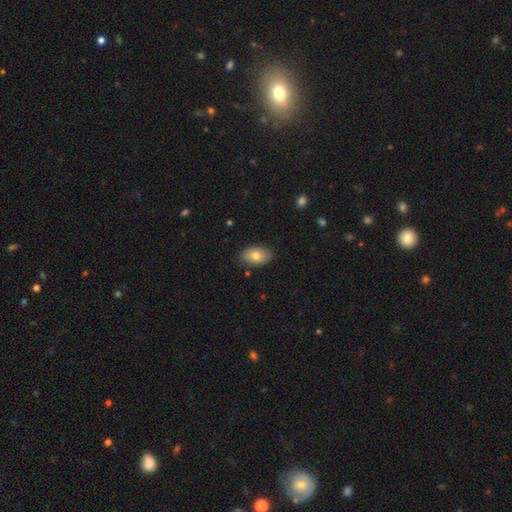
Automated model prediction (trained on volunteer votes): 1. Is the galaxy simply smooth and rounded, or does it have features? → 77% smooth, 15% featured or disk, 7% star or artifact.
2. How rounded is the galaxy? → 90% in between, 8% round, 1% cigar-shaped.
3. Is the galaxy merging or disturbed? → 85% none, 12% minor disturbance, 2% major disturbance, 1% merger.